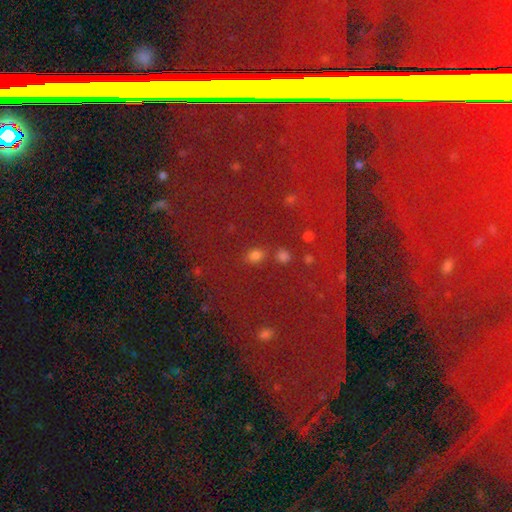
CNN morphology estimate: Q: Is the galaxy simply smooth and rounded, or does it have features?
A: smooth — 53%.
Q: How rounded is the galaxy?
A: round — 48%.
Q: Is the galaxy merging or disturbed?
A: none — 76%.